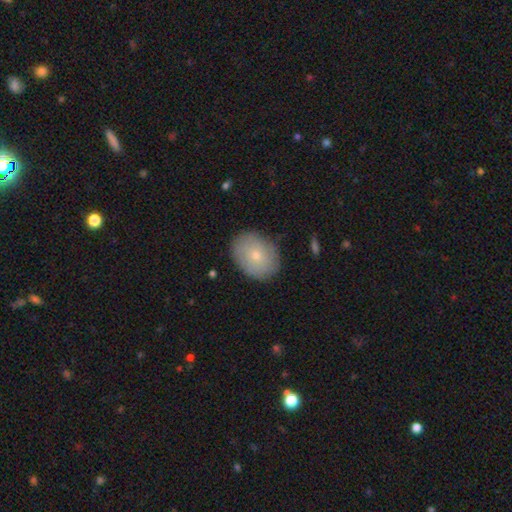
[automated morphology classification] smooth-or-featured: smooth: 71% | featured or disk: 22% | star or artifact: 7%
  how-rounded: in between: 64% | round: 35% | cigar-shaped: 1%
  merging: none: 84% | minor disturbance: 12% | major disturbance: 3% | merger: 1%